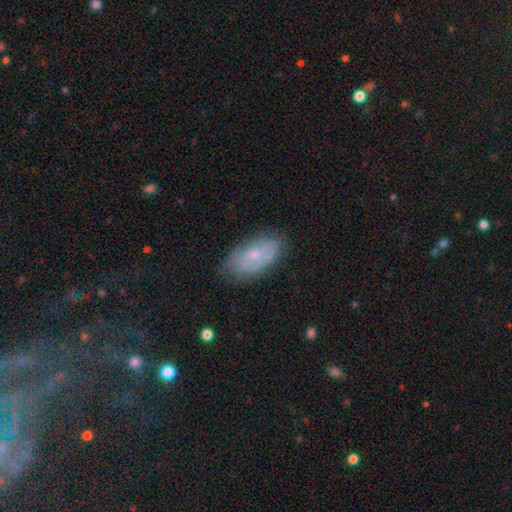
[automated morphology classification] Q: Smooth or featured?
A: smooth (54%); runner-up: featured or disk (38%)
Q: How rounded?
A: in between (92%); runner-up: cigar-shaped (4%)
Q: Merging?
A: none (70%); runner-up: minor disturbance (23%)